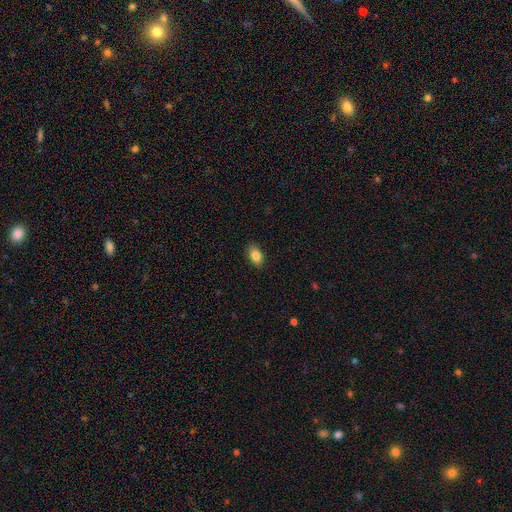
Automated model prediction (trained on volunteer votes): The model was most divided on "how rounded": in between: 87%, round: 11%, cigar-shaped: 2%. More confident: merging — none (88%); smooth or featured — smooth (85%).